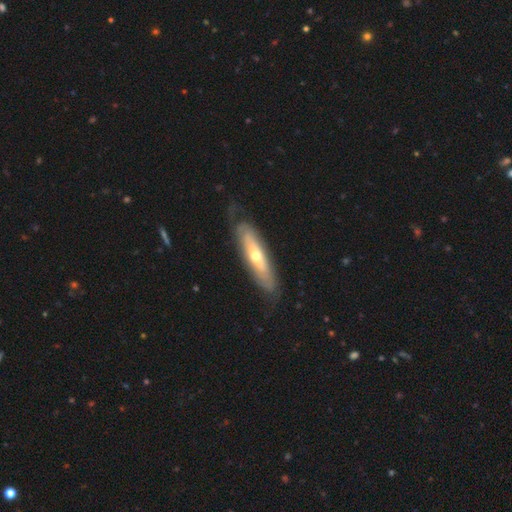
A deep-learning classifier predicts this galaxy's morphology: smooth_or_featured: featured or disk (p=0.62) [alt: smooth p=0.33]
disk_edge_on: no (p=0.58) [alt: yes p=0.42]
merging: none (p=0.71) [alt: minor disturbance p=0.20]